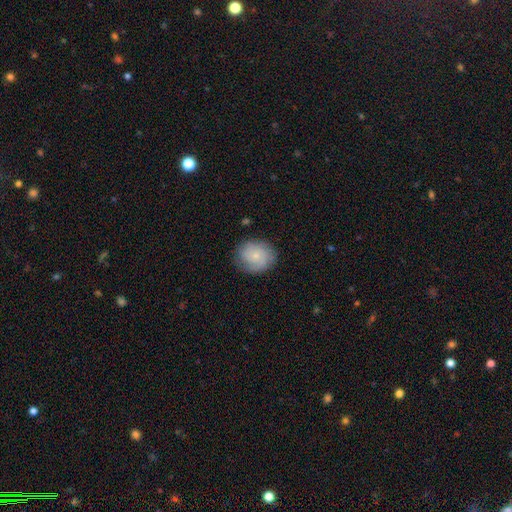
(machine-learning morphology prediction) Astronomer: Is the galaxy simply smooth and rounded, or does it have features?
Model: featured or disk — 47% (runner-up: smooth, 45%).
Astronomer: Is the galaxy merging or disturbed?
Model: none — 78%.